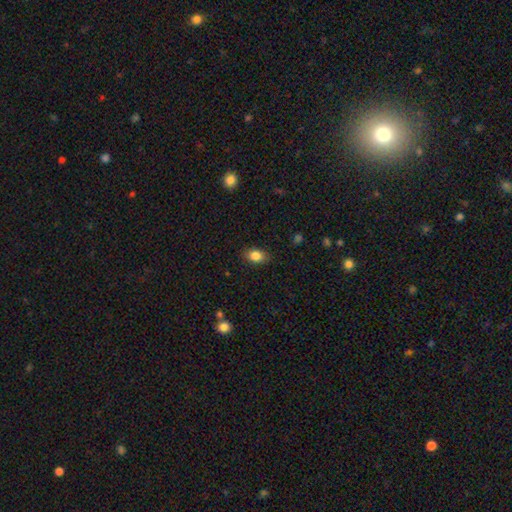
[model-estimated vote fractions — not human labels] smooth_or_featured: smooth (p=0.84) [alt: star or artifact p=0.09]
how_rounded: in between (p=0.81) [alt: round p=0.17]
merging: none (p=0.85) [alt: minor disturbance p=0.11]